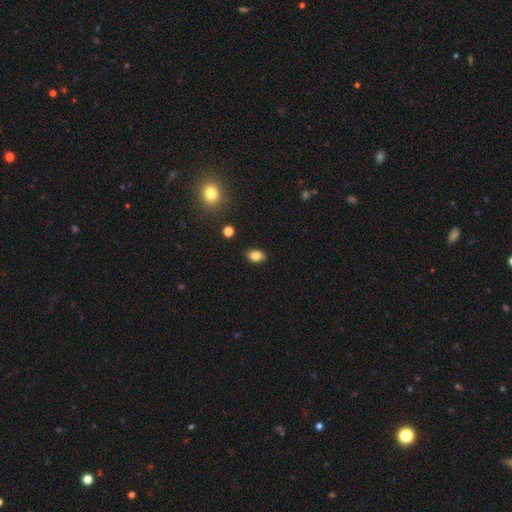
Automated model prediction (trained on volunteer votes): Smooth or featured? Predicted: smooth (p=0.82). How rounded? Predicted: in between (p=0.83). Merging? Predicted: none (p=0.88).